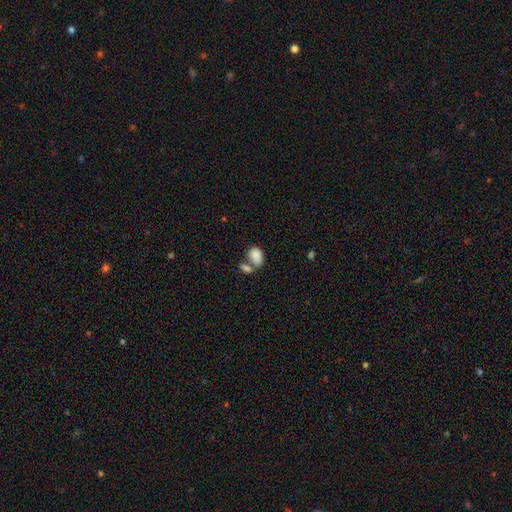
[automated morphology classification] smooth_or_featured: smooth (p=0.86) [alt: star or artifact p=0.08]
how_rounded: in between (p=0.85) [alt: round p=0.14]
merging: merger (p=0.47) [alt: none p=0.36]